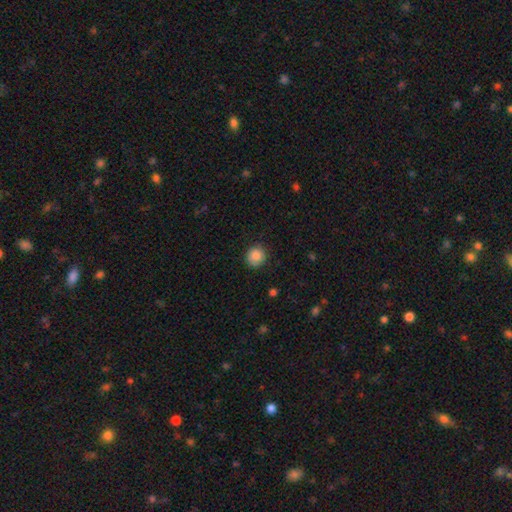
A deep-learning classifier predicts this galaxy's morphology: A smooth galaxy with no disk features (87%) that is round (89%). Merging: none (89%).